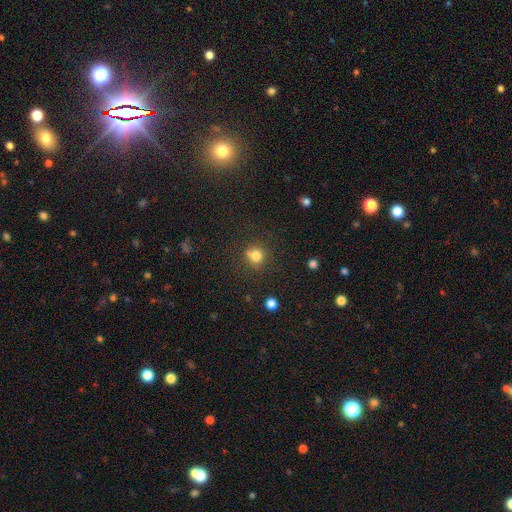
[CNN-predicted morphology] Smooth or featured: smooth — 78% (star or artifact — 15%)
How rounded: round — 86% (in between — 13%)
Merging: none — 65% (merger — 17%)